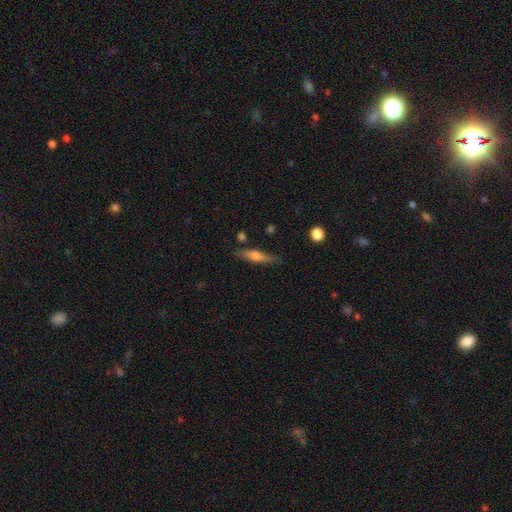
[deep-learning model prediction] A smooth galaxy with no disk features (52%) that is cigar-shaped (79%).

Vote fractions:
- Smooth or featured? smooth: 52% / featured or disk: 41% / star or artifact: 7%
- How rounded? cigar-shaped: 79% / in between: 19% / round: 3%
- Merging? none: 81% / minor disturbance: 13% / merger: 3% / major disturbance: 3%